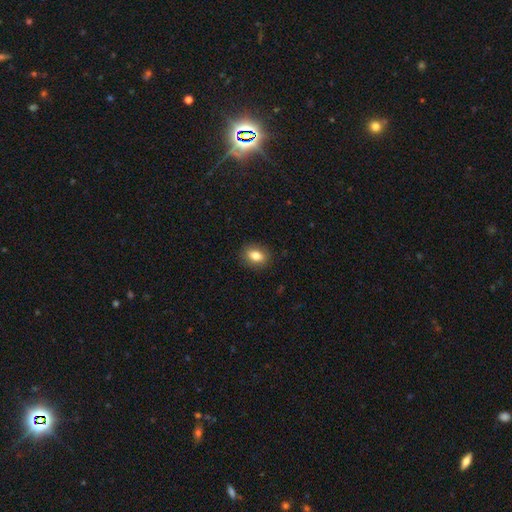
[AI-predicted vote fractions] smooth 82%, featured or disk 9%, star or artifact 9%. Down the decision tree: how rounded — in between (69%); merging — none (89%).